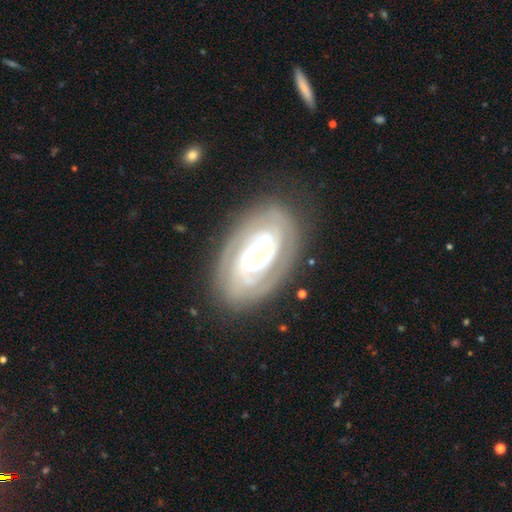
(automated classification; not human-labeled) The model was most divided on "spiral arm count": can't tell: 39%, 2: 33%, 3: 12%, 1: 6%, 4: 5%, more than 4: 4%. More confident: edge-on disk — no (95%); spiral arms — yes (85%); smooth or featured — featured or disk (84%); spiral winding — tight (77%); merging — none (76%); bar — no (70%); bulge size — small (67%).